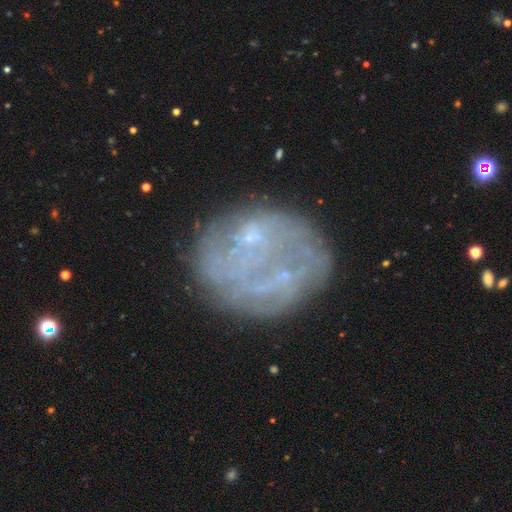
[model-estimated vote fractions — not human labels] The model was most divided on "bulge size": none: 50%, small: 42%, moderate: 6%, large: 1%, dominant: 1%. More confident: edge-on disk — no (98%); bar — no (79%); spiral arms — no (66%); smooth or featured — featured or disk (59%); merging — none (58%).